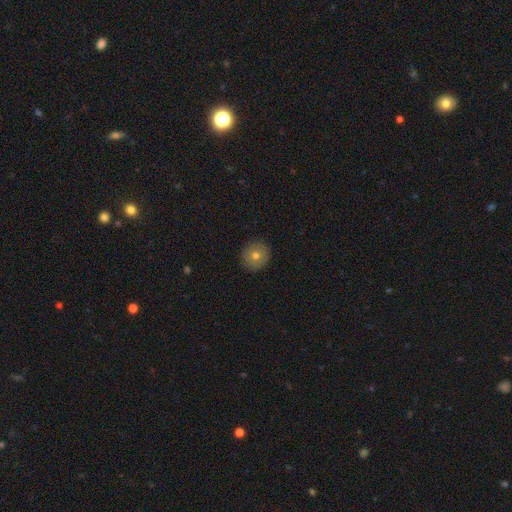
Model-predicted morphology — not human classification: type=smooth (70%); roundness=round (94%); merging=none (90%).